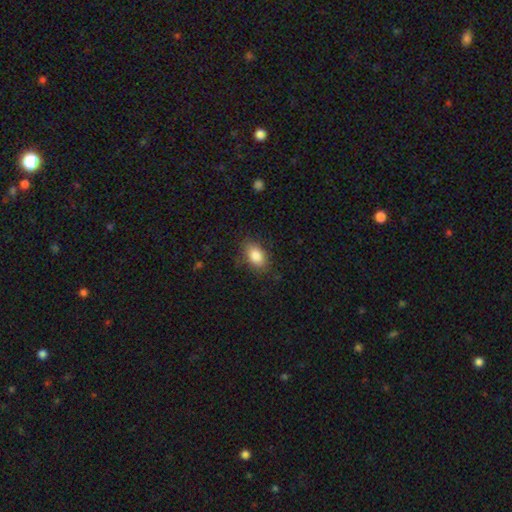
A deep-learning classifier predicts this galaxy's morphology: Smooth or featured: smooth — 85% (star or artifact — 8%)
How rounded: in between — 88% (round — 11%)
Merging: none — 81% (minor disturbance — 14%)